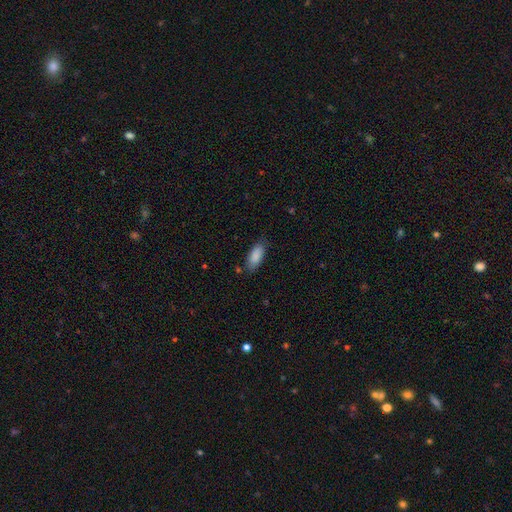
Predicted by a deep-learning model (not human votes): Morphology: type=smooth (88%); roundness=in between (81%); merging=none (78%).